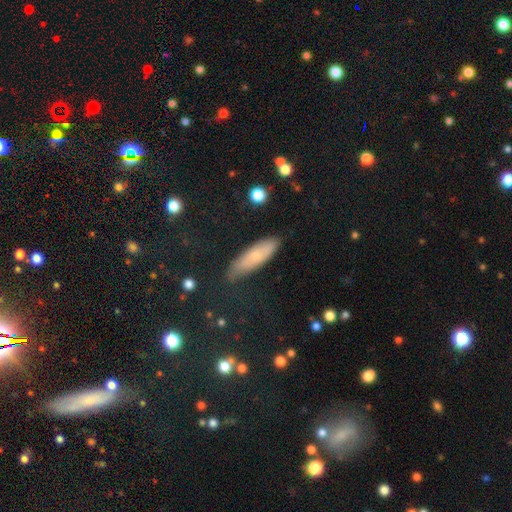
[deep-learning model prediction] This is likely a smooth galaxy (69%). How rounded: possibly cigar-shaped (53%). Merging: likely none (76%).